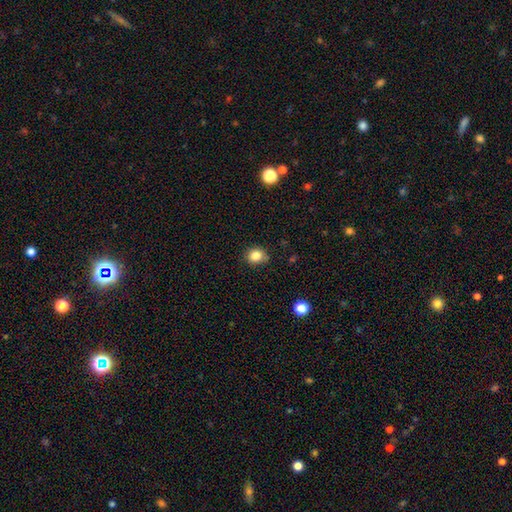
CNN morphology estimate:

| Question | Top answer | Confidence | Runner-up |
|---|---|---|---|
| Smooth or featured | smooth | 83% | star or artifact (12%) |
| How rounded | round | 81% | in between (18%) |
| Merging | none | 81% | minor disturbance (15%) |